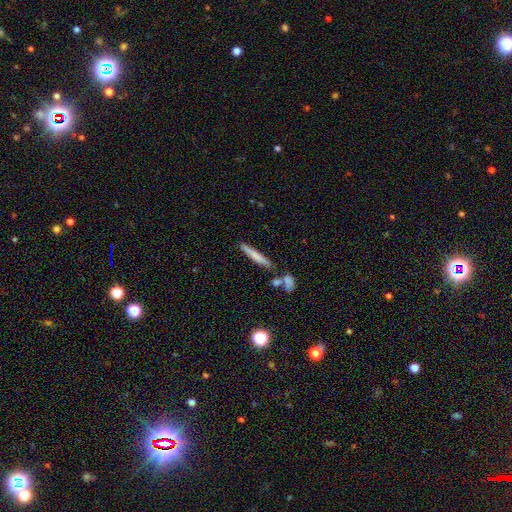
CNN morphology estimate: smooth_or_featured: smooth (p=0.65) [alt: featured or disk p=0.28]
how_rounded: cigar-shaped (p=0.94) [alt: in between p=0.05]
merging: none (p=0.77) [alt: minor disturbance p=0.11]